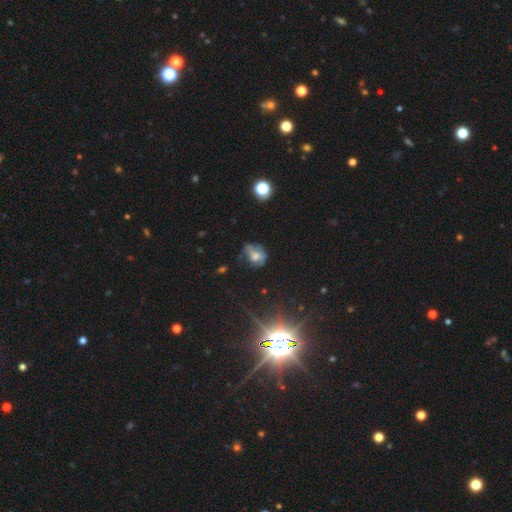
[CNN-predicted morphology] type=smooth (51%); roundness=in between (50%); merging=none (41%).